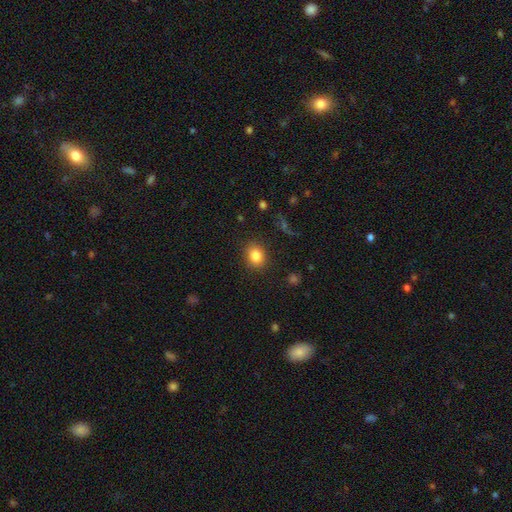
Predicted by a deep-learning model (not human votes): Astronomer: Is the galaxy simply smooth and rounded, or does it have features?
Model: smooth — 84%.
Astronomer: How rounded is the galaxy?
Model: round — 60% (runner-up: in between, 39%).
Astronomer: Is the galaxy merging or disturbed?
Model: none — 87%.